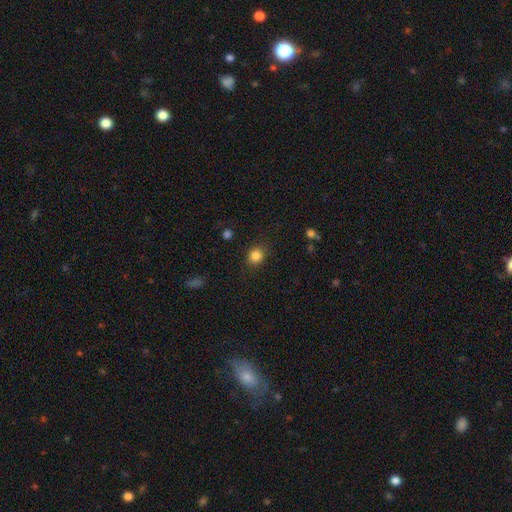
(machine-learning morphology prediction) A smooth galaxy with no disk features (84%) that is round (72%).

Vote fractions:
- Smooth or featured? smooth: 84% / star or artifact: 11% / featured or disk: 5%
- How rounded? round: 72% / in between: 27% / cigar-shaped: 1%
- Merging? none: 86% / minor disturbance: 10% / major disturbance: 3% / merger: 1%